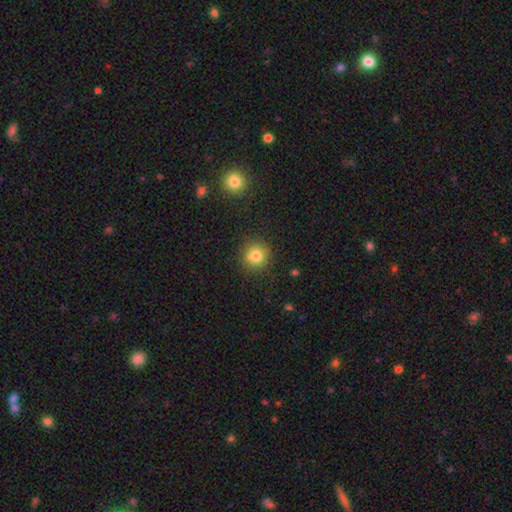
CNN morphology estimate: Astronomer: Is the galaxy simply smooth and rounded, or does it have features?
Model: smooth — 80%.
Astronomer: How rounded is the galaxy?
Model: round — 91%.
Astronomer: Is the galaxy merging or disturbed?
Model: none — 88%.